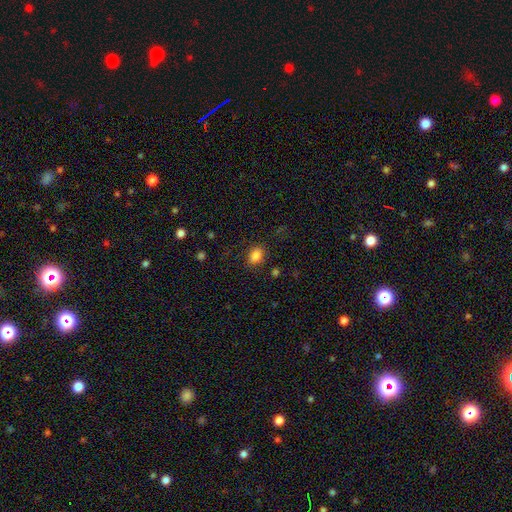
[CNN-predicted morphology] The model was most divided on "how rounded": in between: 67%, round: 32%, cigar-shaped: 1%. More confident: smooth or featured — smooth (85%); merging — none (83%).